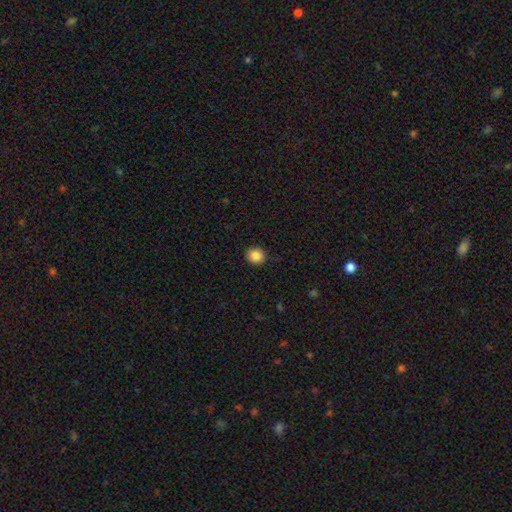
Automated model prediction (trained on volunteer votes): Q: Smooth or featured?
A: smooth (86%); runner-up: star or artifact (10%)
Q: How rounded?
A: round (89%); runner-up: in between (10%)
Q: Merging?
A: none (89%); runner-up: minor disturbance (8%)